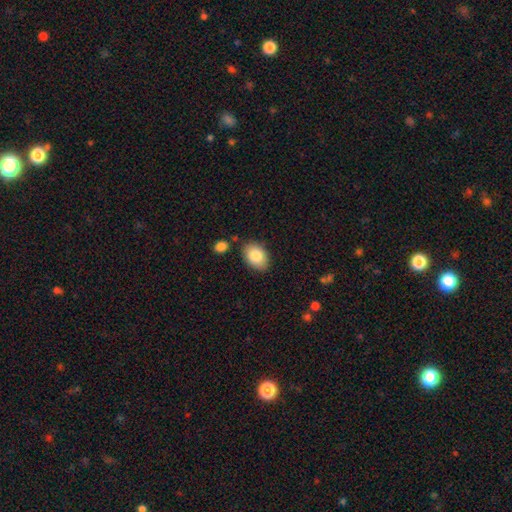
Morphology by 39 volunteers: Smooth or featured: smooth — 90% (featured or disk — 5%)
How rounded: in between — 77% (round — 23%)
Merging: none — 68% (minor disturbance — 22%)